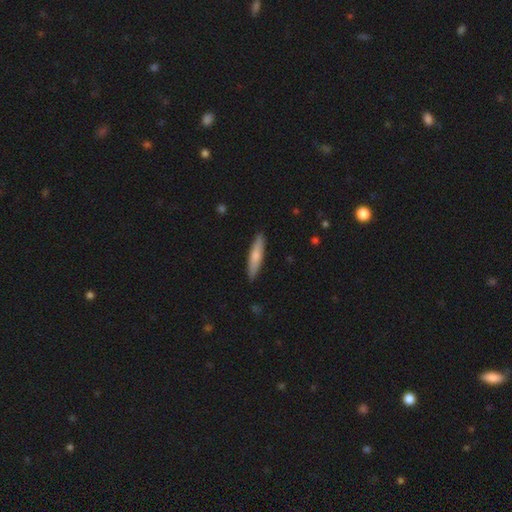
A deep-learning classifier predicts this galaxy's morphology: This appears to be a smooth galaxy with no disk features (70%) that is cigar-shaped (85%). Merging: none (90%).